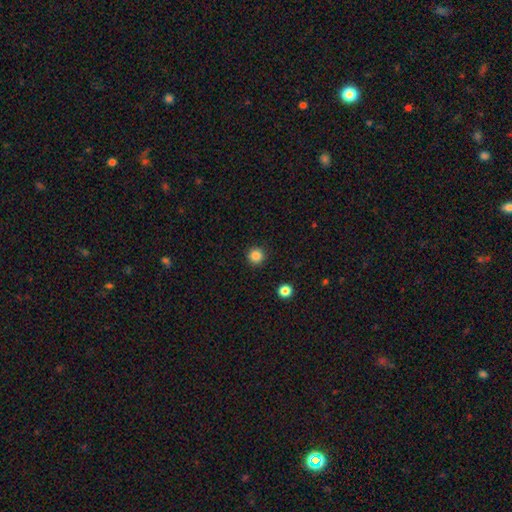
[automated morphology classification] Smooth or featured: smooth — 85% (star or artifact — 11%)
How rounded: round — 96% (in between — 3%)
Merging: none — 92% (minor disturbance — 5%)